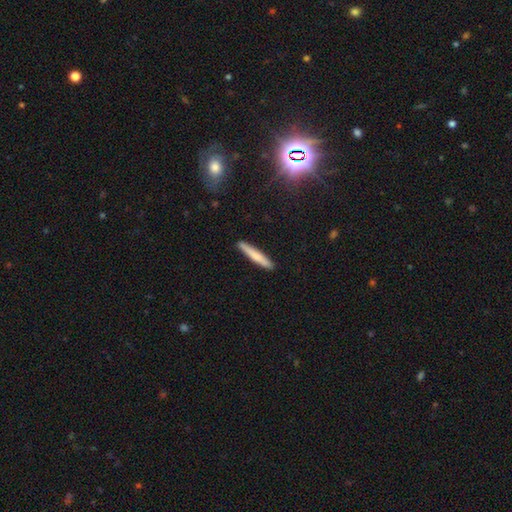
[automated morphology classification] Smooth or featured?
  - smooth: 71% *
  - featured or disk: 23%
  - star or artifact: 6%
How rounded?
  - cigar-shaped: 94% *
  - in between: 5%
  - round: 1%
Merging?
  - none: 89% *
  - minor disturbance: 8%
  - major disturbance: 1%
  - merger: 1%